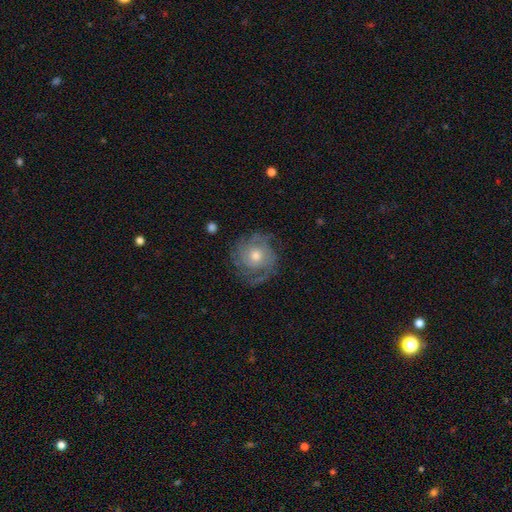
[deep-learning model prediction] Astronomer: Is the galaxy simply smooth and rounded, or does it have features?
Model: featured or disk — 78%.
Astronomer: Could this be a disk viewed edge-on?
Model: no — 97%.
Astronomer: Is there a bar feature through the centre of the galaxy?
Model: no — 81%.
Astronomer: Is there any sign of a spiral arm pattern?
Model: yes — 93%.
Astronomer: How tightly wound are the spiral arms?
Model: tight — 61%.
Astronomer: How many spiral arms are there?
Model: can't tell — 30% (runner-up: 3, 24%).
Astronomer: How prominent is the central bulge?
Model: moderate — 69%.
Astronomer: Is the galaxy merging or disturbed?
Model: none — 74%.